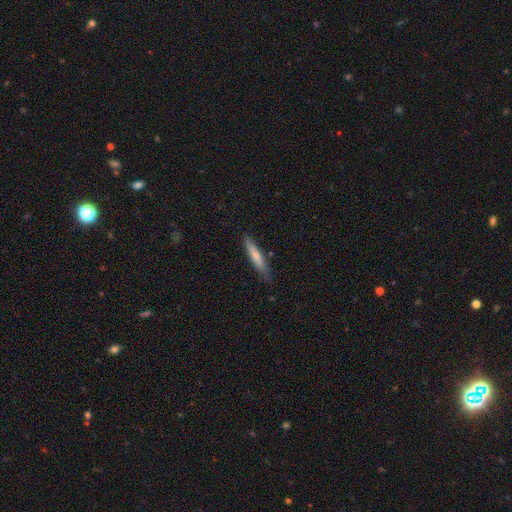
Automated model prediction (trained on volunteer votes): smooth_or_featured: smooth (p=0.67) [alt: featured or disk p=0.28]
how_rounded: cigar-shaped (p=0.87) [alt: in between p=0.12]
merging: none (p=0.79) [alt: minor disturbance p=0.17]